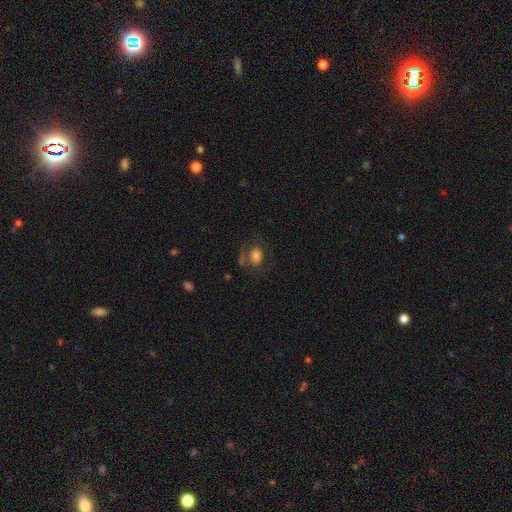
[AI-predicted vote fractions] smooth_or_featured: smooth (p=0.71) [alt: featured or disk p=0.16]
how_rounded: in between (p=0.71) [alt: round p=0.27]
merging: none (p=0.51) [alt: major disturbance p=0.20]